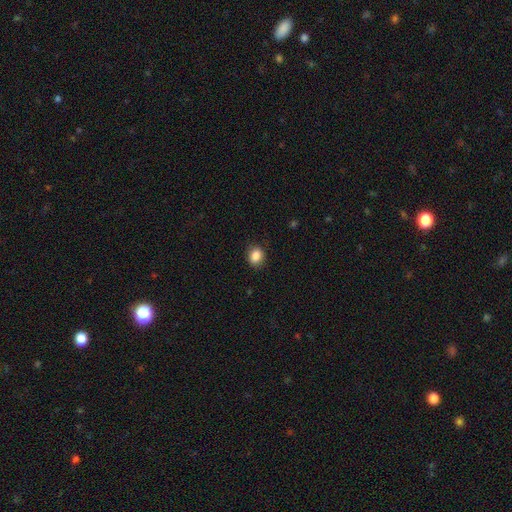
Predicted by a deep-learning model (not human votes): Smooth or featured?
  - smooth: 86% *
  - star or artifact: 9%
  - featured or disk: 4%
How rounded?
  - round: 54% *
  - in between: 45%
  - cigar-shaped: 1%
Merging?
  - none: 85% *
  - minor disturbance: 11%
  - major disturbance: 3%
  - merger: 1%